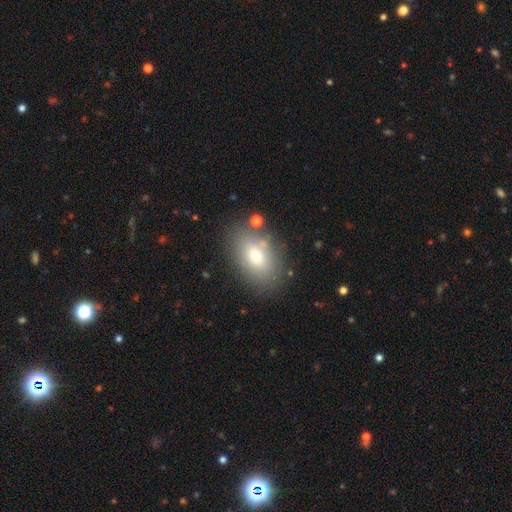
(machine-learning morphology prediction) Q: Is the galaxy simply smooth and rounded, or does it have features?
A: smooth — 79%.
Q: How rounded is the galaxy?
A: in between — 89%.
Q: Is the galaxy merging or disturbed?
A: none — 80%.